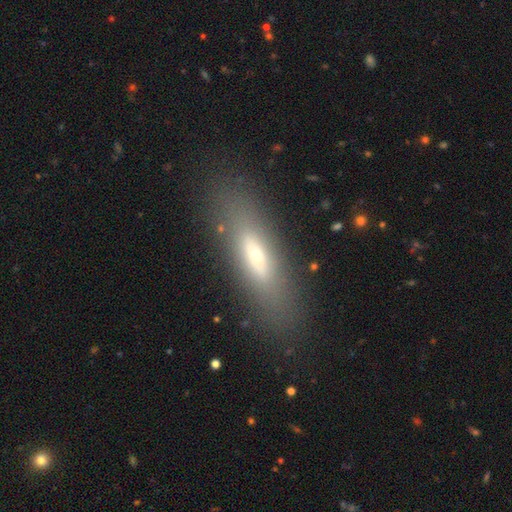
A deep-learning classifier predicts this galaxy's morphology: Smooth or featured?
  - smooth: 55% *
  - featured or disk: 35%
  - star or artifact: 10%
How rounded?
  - cigar-shaped: 57% *
  - in between: 40%
  - round: 3%
Merging?
  - none: 81% *
  - minor disturbance: 11%
  - major disturbance: 6%
  - merger: 2%